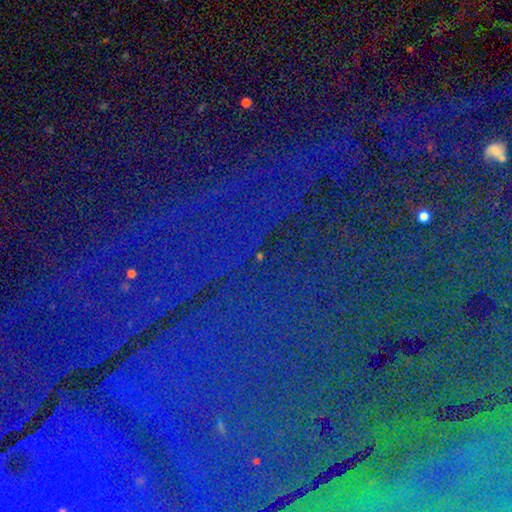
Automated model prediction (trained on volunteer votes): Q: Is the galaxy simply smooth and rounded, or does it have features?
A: star or artifact — 85%.